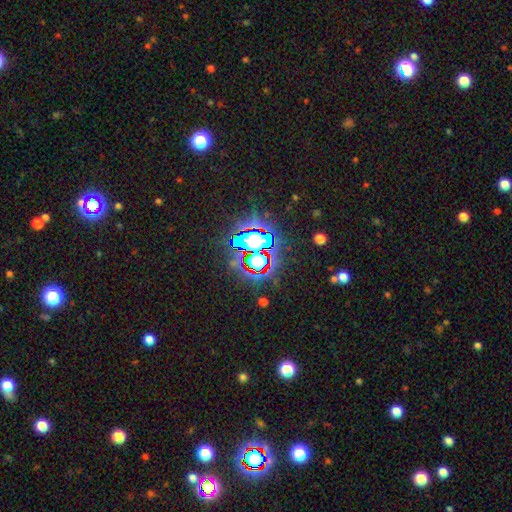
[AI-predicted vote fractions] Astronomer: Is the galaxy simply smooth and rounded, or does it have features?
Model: star or artifact — 82%.